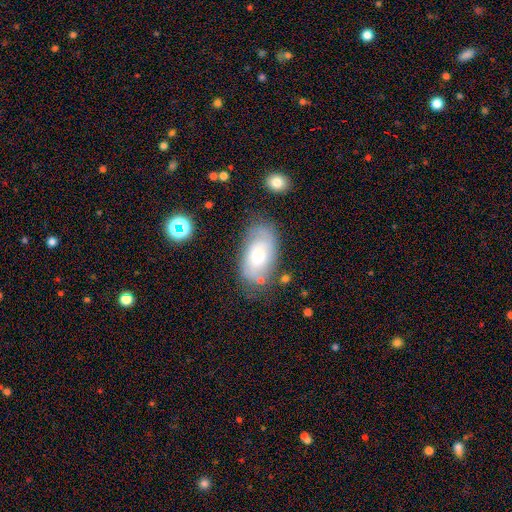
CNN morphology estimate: The model was most divided on "smooth or featured": smooth: 55%, featured or disk: 37%, star or artifact: 8%. More confident: how rounded — in between (92%); merging — none (66%).